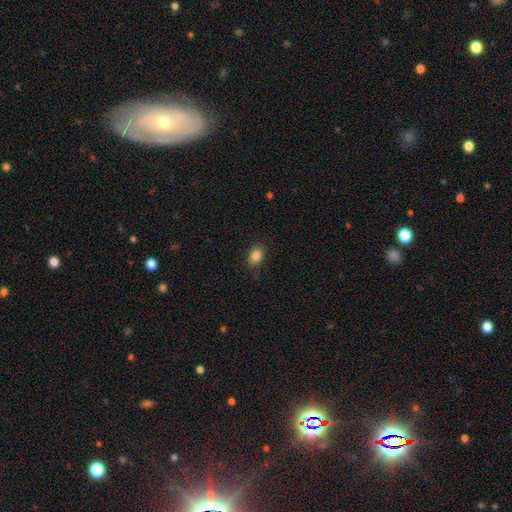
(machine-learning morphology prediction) Smooth or featured? smooth (86%)
How rounded? in between (72%)
Merging? none (85%)